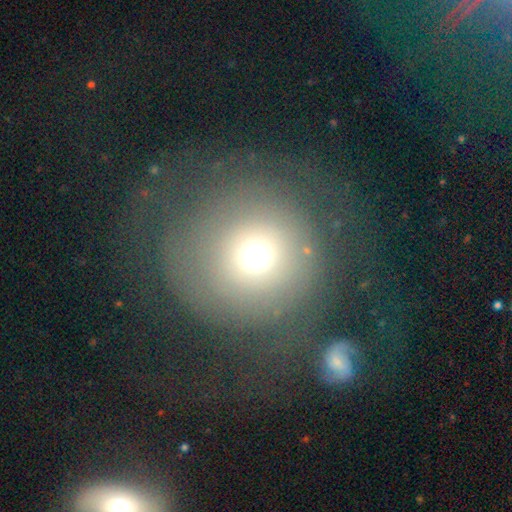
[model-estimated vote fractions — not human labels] This appears to be a smooth galaxy with no disk features (68%) that is round (93%). Merging: none (73%).